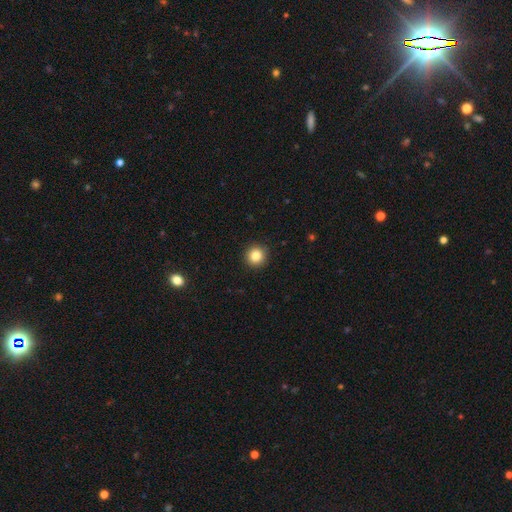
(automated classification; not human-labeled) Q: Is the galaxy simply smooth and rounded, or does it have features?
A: smooth — 84%.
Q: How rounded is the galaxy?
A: round — 95%.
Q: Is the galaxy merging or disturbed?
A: none — 93%.